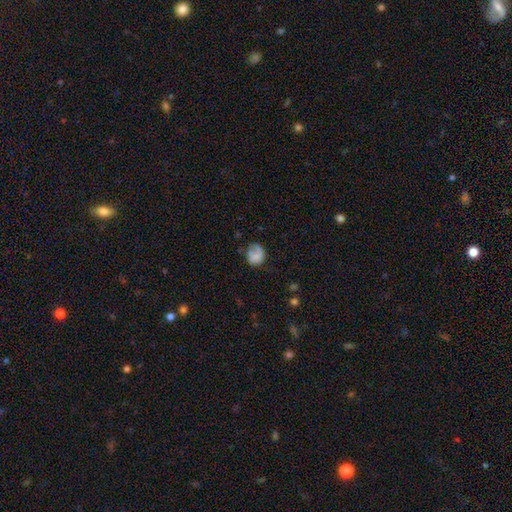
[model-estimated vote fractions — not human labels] Morphology: type=smooth (67%); roundness=round (67%); merging=none (49%).